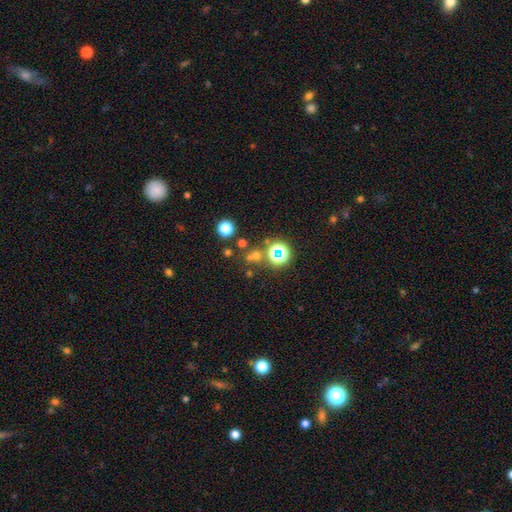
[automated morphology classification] Smooth or featured: star or artifact — 50% (smooth — 39%)